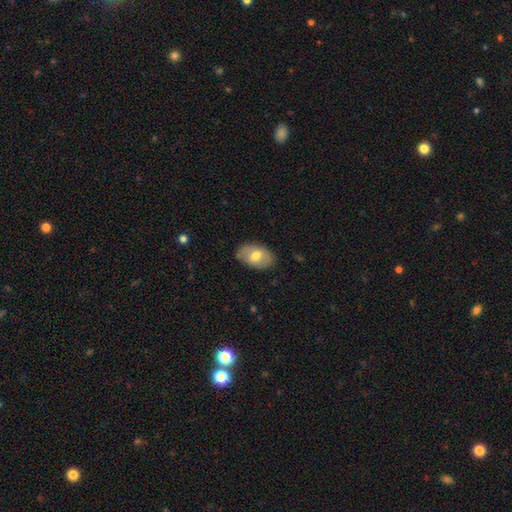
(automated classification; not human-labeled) smooth_or_featured: smooth (p=0.68) [alt: featured or disk p=0.25]
how_rounded: in between (p=0.89) [alt: round p=0.10]
merging: none (p=0.80) [alt: minor disturbance p=0.16]